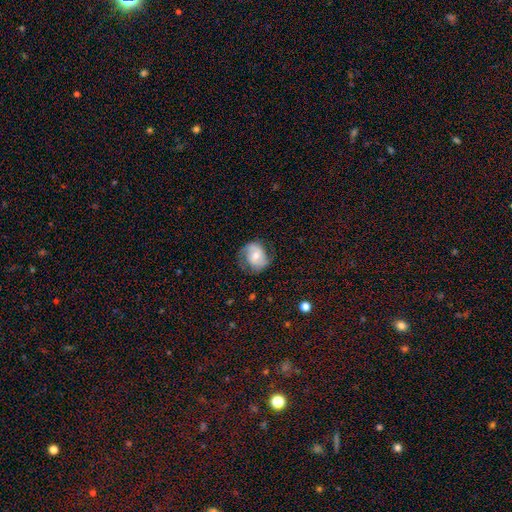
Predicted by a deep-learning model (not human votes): Smooth or featured? featured or disk (58%)
Edge-on disk? no (97%)
Bar? no (56%)
Spiral arms? yes (82%)
Bulge size? moderate (54%)
Merging? none (65%)